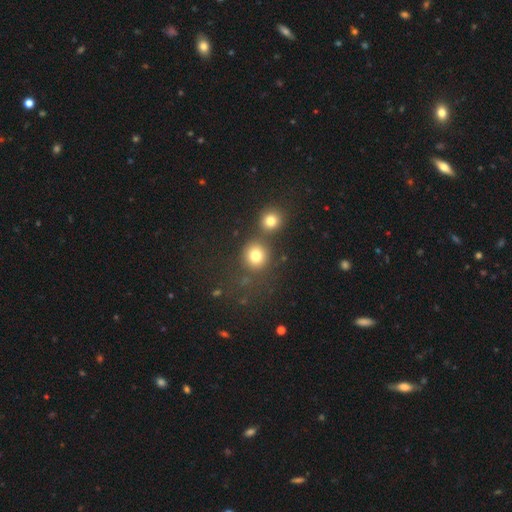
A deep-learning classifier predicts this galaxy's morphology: This appears to be a smooth galaxy with no disk features (78%) that is round (89%). Merging: none (65%).